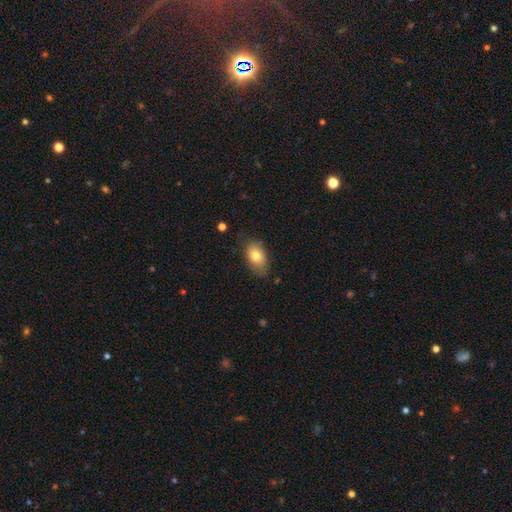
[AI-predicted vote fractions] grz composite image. It shows a smooth galaxy with no disk features (79%) that is in between round and cigar-shaped (88%). Merging: none (71%).